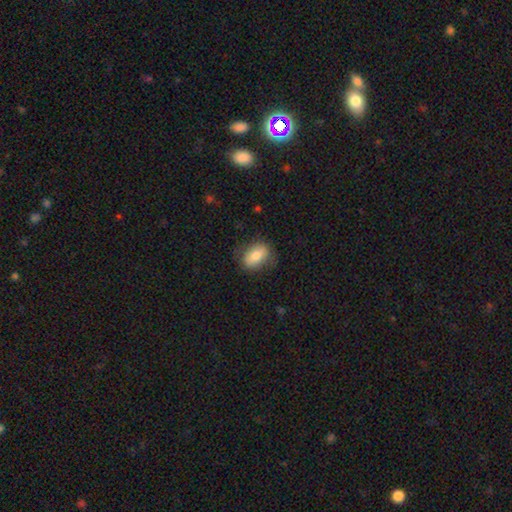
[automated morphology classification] Smooth or featured: smooth — 76% (featured or disk — 17%)
How rounded: in between — 83% (round — 14%)
Merging: none — 77% (minor disturbance — 17%)